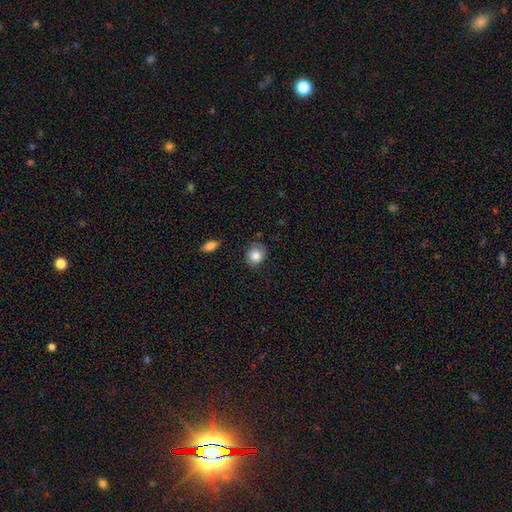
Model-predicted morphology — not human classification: Overall: smooth (80%). How rounded: round (70%). Merging: none (75%).